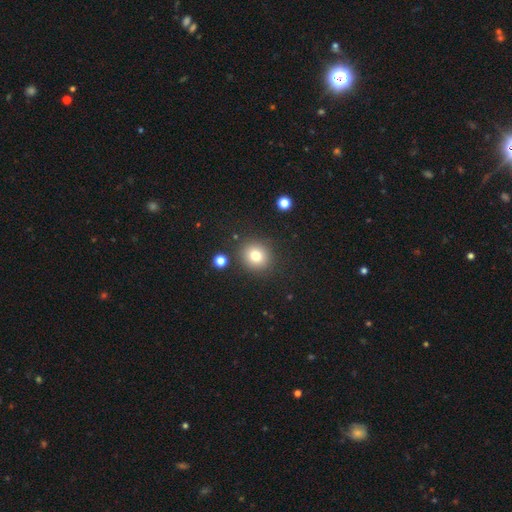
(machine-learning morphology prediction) Overall: smooth (79%). How rounded: round (85%). Merging: none (86%).